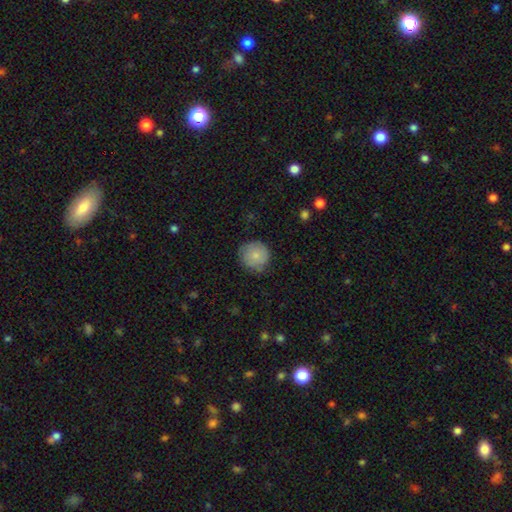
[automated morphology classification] A smooth galaxy with no disk features (79%) that is round (93%).

Vote fractions:
- Smooth or featured? smooth: 79% / featured or disk: 14% / star or artifact: 7%
- How rounded? round: 93% / in between: 6% / cigar-shaped: 1%
- Merging? none: 72% / minor disturbance: 22% / major disturbance: 4% / merger: 1%